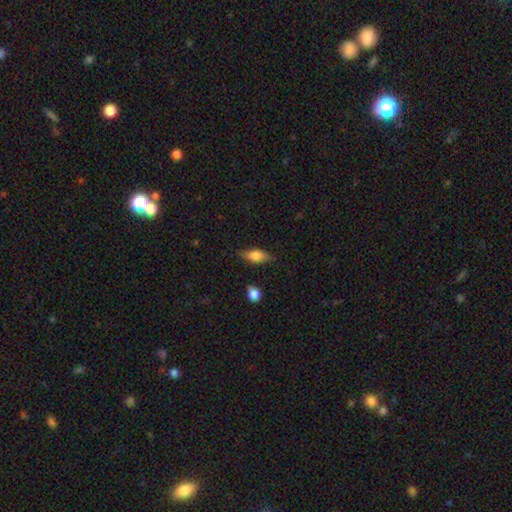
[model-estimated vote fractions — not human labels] A smooth galaxy with no disk features (66%) that is in between round and cigar-shaped (72%).

Vote fractions:
- Smooth or featured? smooth: 66% / featured or disk: 27% / star or artifact: 8%
- How rounded? in between: 72% / cigar-shaped: 23% / round: 4%
- Merging? none: 79% / minor disturbance: 15% / major disturbance: 3% / merger: 2%